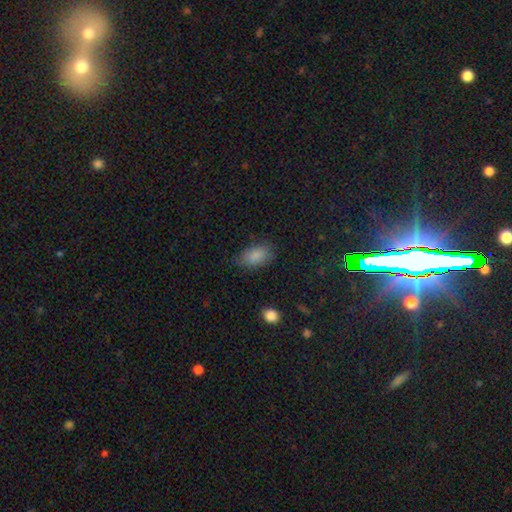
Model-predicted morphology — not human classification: A smooth galaxy with no disk features (87%) that is in between round and cigar-shaped (91%).

Vote fractions:
- Smooth or featured? smooth: 87% / star or artifact: 8% / featured or disk: 6%
- How rounded? in between: 91% / round: 7% / cigar-shaped: 2%
- Merging? none: 75% / minor disturbance: 19% / major disturbance: 5% / merger: 1%